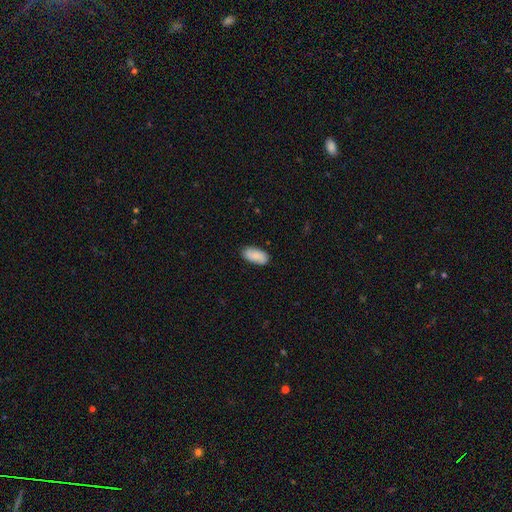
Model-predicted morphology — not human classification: A smooth galaxy with no disk features (80%) that is in between round and cigar-shaped (93%). Merging: none (82%).